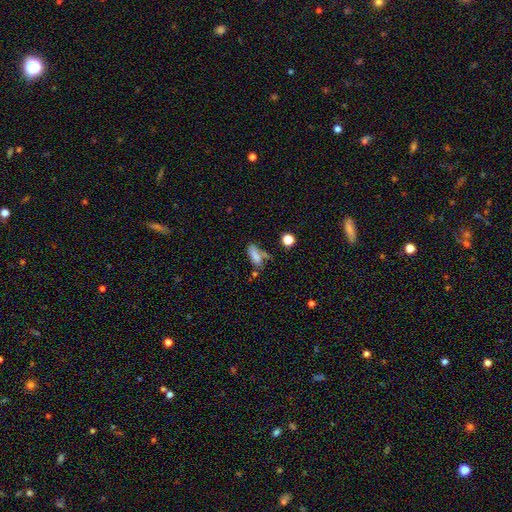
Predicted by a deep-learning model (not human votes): Q: Smooth or featured?
A: smooth (78%); runner-up: featured or disk (11%)
Q: How rounded?
A: in between (64%); runner-up: cigar-shaped (32%)
Q: Merging?
A: none (45%); runner-up: minor disturbance (25%)